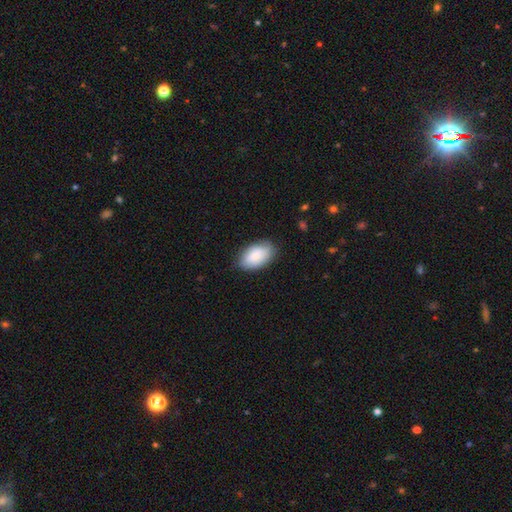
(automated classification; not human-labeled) Morphology: type=smooth (84%); roundness=in between (94%); merging=none (77%).